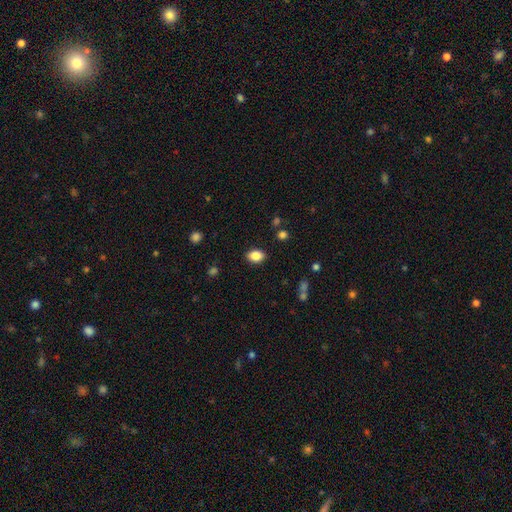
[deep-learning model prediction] Morphology: type=smooth (85%); roundness=in between (81%); merging=none (87%).